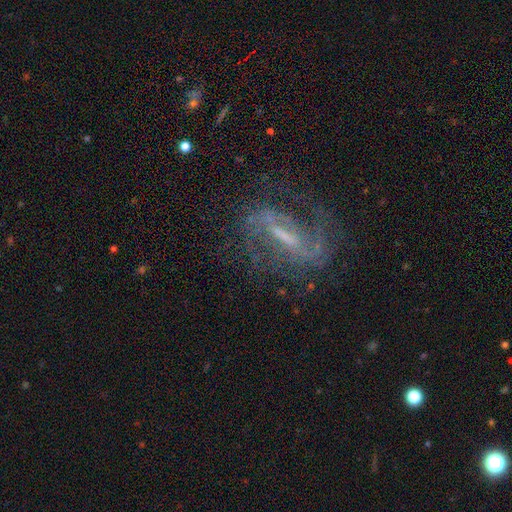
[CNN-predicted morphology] Q: Smooth or featured?
A: featured or disk (80%); runner-up: star or artifact (12%)
Q: Edge-on disk?
A: no (88%); runner-up: yes (12%)
Q: Bar?
A: strong (58%); runner-up: weak (30%)
Q: Spiral arms?
A: yes (91%); runner-up: no (9%)
Q: Spiral winding?
A: medium (44%); runner-up: loose (36%)
Q: Spiral arm count?
A: 2 (82%); runner-up: can't tell (9%)
Q: Bulge size?
A: small (55%); runner-up: moderate (25%)
Q: Merging?
A: none (71%); runner-up: minor disturbance (15%)